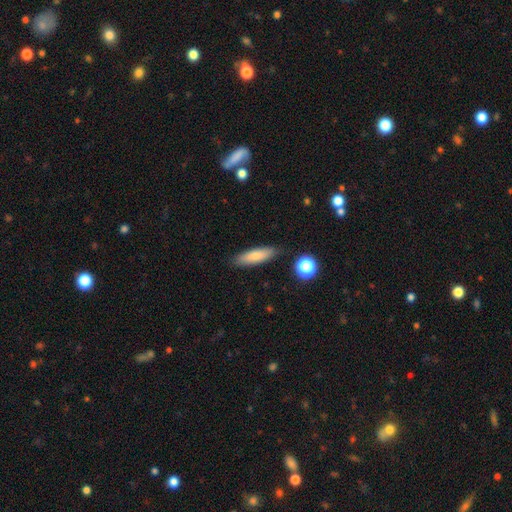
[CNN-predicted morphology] The model was most divided on "how rounded": cigar-shaped: 61%, in between: 37%, round: 2%. More confident: merging — none (85%); smooth or featured — smooth (79%).